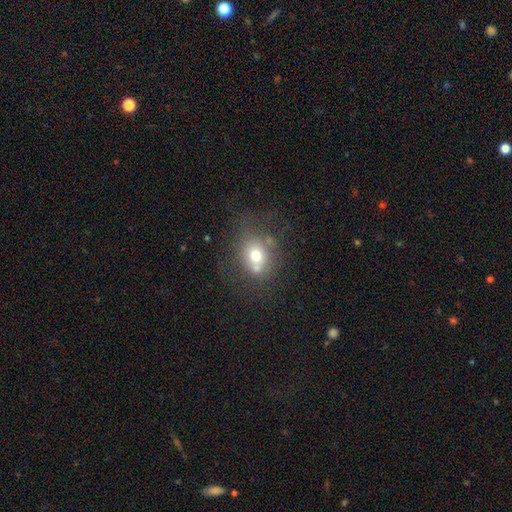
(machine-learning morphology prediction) smooth_or_featured: smooth (p=0.66) [alt: featured or disk p=0.20]
how_rounded: round (p=0.66) [alt: in between p=0.33]
merging: none (p=0.51) [alt: merger p=0.21]